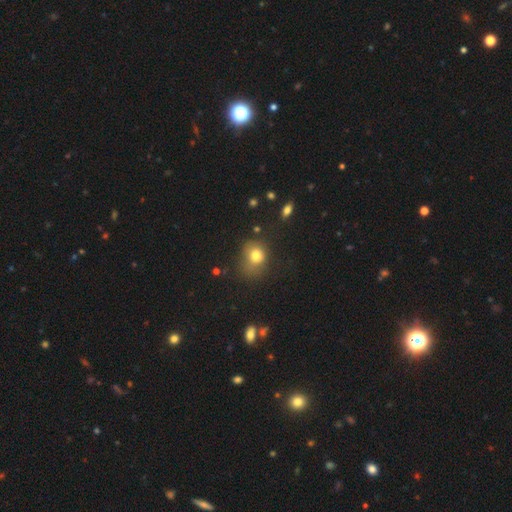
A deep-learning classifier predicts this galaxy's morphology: Smooth or featured? Predicted: smooth (p=0.77). How rounded? Predicted: round (p=0.62). Merging? Predicted: none (p=0.48).